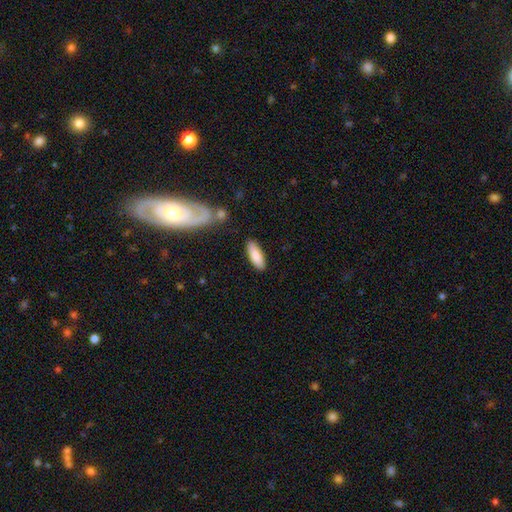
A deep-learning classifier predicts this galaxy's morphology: This is clearly a smooth galaxy (87%). How rounded: likely in between (62%). Merging: clearly none (85%).